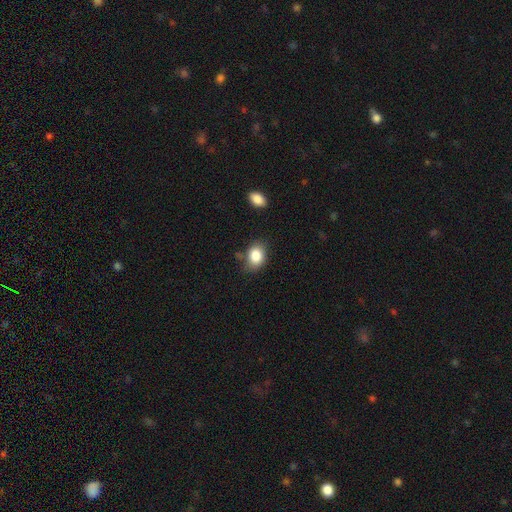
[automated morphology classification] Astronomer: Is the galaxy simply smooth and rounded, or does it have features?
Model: smooth — 85%.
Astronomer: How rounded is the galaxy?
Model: in between — 67%.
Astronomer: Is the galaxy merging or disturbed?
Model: none — 68%.